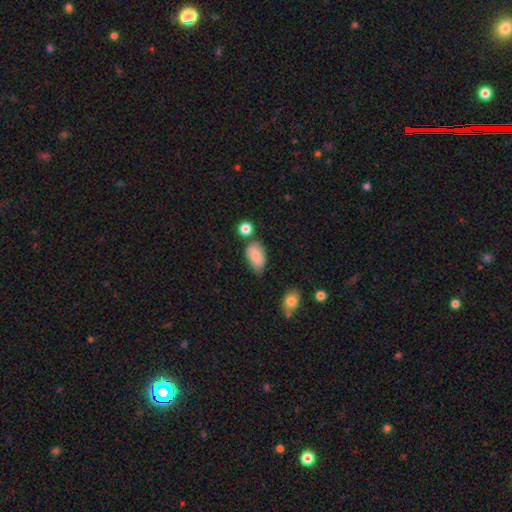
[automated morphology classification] The model was most divided on "merging": none: 58%, minor disturbance: 26%, merger: 10%, major disturbance: 6%. More confident: how rounded — in between (92%); smooth or featured — smooth (81%).